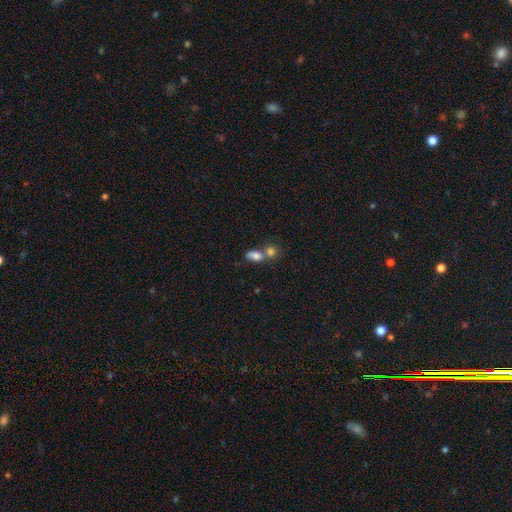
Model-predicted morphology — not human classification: Smooth or featured: smooth — 79% (featured or disk — 11%)
How rounded: in between — 77% (round — 17%)
Merging: merger — 55% (none — 30%)